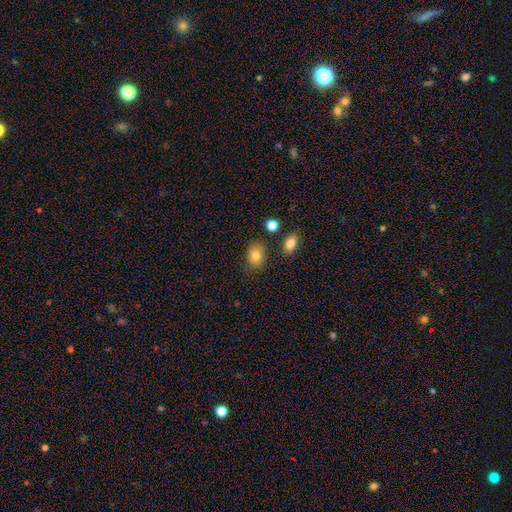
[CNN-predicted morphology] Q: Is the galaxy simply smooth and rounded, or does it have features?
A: smooth — 82%.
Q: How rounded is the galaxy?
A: in between — 55%.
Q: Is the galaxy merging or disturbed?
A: none — 78%.